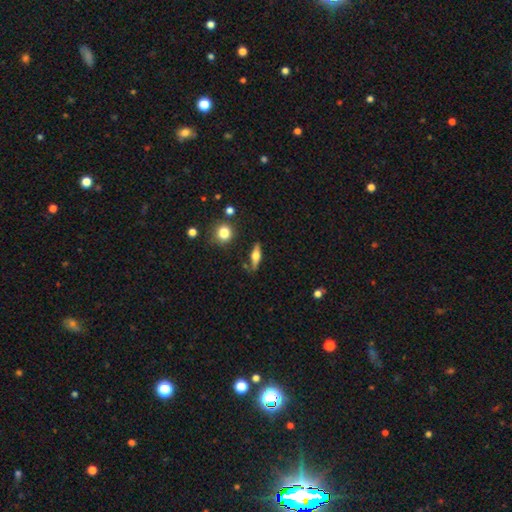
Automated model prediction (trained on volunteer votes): The model was most divided on "smooth or featured": featured or disk: 47%, smooth: 46%, star or artifact: 7%. More confident: merging — none (81%).